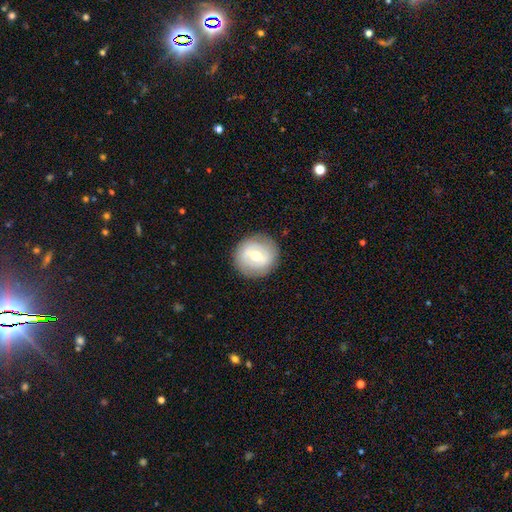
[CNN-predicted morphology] This is possibly a smooth galaxy (47%). Merging: clearly none (86%).